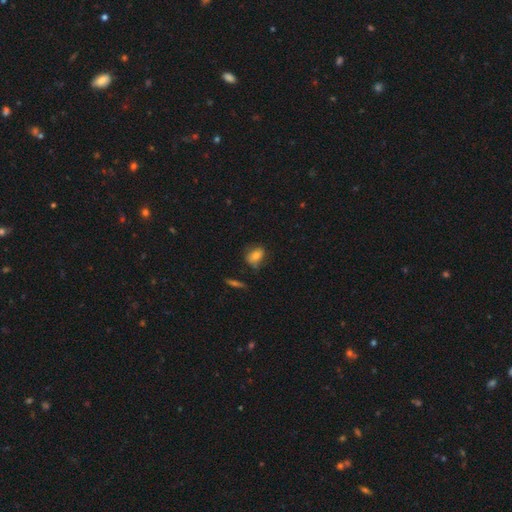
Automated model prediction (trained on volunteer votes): Smooth or featured? smooth (70%)
How rounded? in between (69%)
Merging? none (63%)